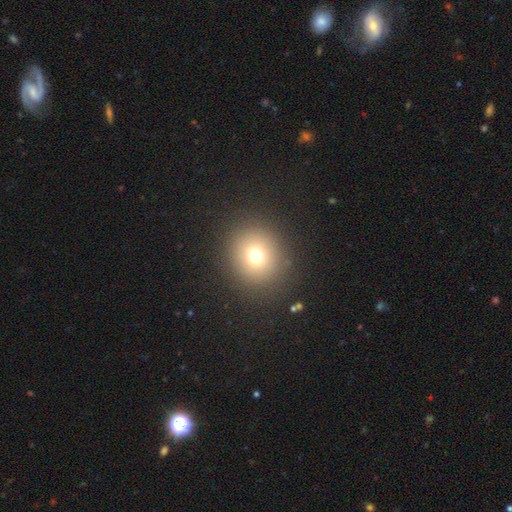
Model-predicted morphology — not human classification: Smooth or featured?
  - smooth: 73% *
  - star or artifact: 17%
  - featured or disk: 10%
How rounded?
  - round: 87% *
  - in between: 12%
  - cigar-shaped: 1%
Merging?
  - none: 89% *
  - minor disturbance: 6%
  - major disturbance: 4%
  - merger: 1%